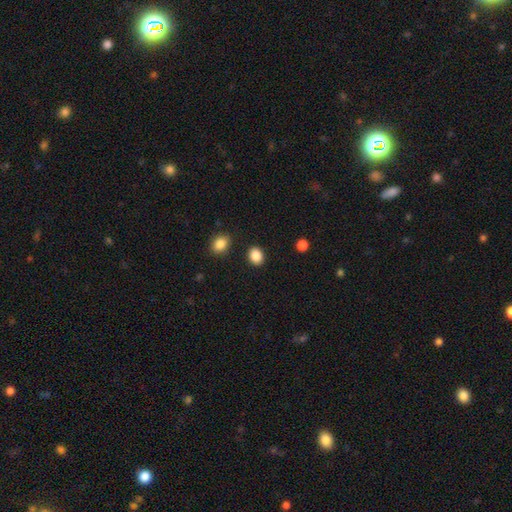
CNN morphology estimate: This appears to be a smooth galaxy with no disk features (88%) that is in between round and cigar-shaped (50%). Merging: none (87%).